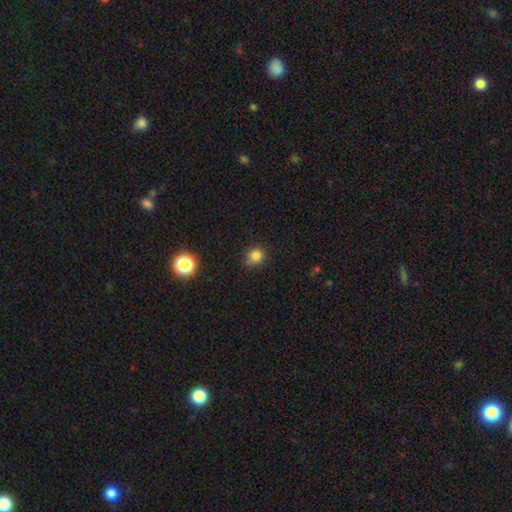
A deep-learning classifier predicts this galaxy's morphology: Overall: smooth (81%). How rounded: round (84%). Merging: none (73%).